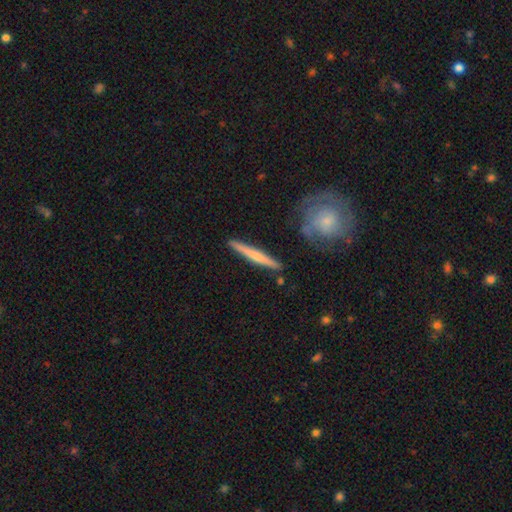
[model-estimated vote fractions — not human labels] Smooth or featured: featured or disk — 50% (smooth — 45%)
Edge-on disk: yes — 95% (no — 5%)
Merging: none — 88% (minor disturbance — 8%)